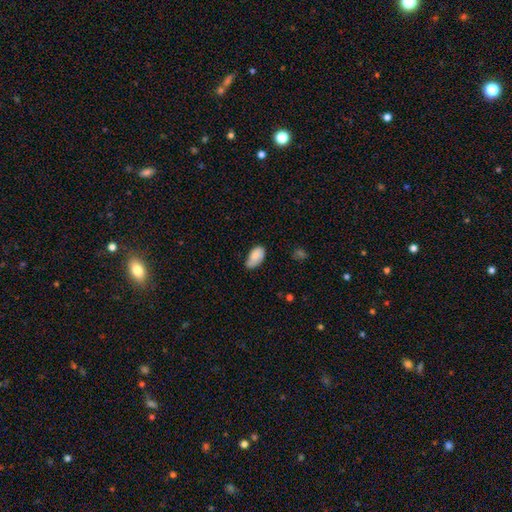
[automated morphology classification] Q: Smooth or featured?
A: smooth (83%); runner-up: featured or disk (9%)
Q: How rounded?
A: in between (94%); runner-up: round (4%)
Q: Merging?
A: none (46%); runner-up: minor disturbance (43%)